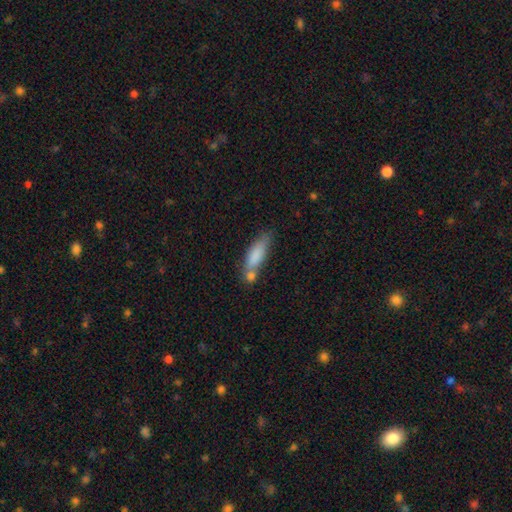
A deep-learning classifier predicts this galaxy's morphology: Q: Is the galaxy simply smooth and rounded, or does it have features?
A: smooth — 80%.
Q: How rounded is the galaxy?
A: cigar-shaped — 54%.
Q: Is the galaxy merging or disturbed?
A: none — 47%.